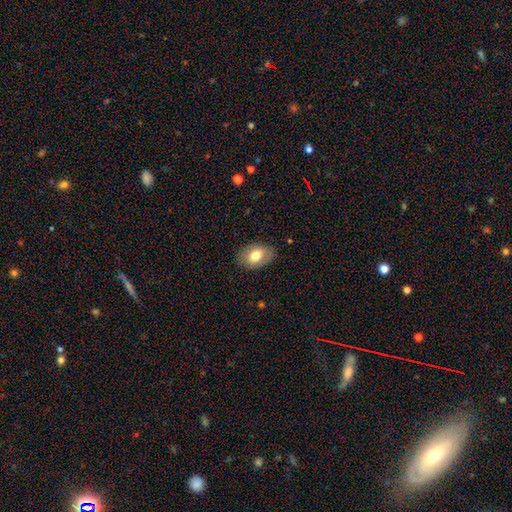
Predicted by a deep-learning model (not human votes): This is likely a smooth galaxy (74%). How rounded: clearly in between (84%). Merging: clearly none (83%).